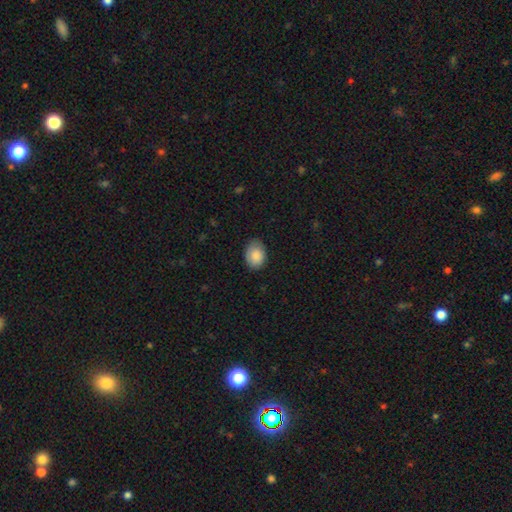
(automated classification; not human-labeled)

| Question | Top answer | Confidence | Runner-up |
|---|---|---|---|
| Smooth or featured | smooth | 87% | star or artifact (7%) |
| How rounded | in between | 70% | round (29%) |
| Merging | none | 77% | minor disturbance (19%) |